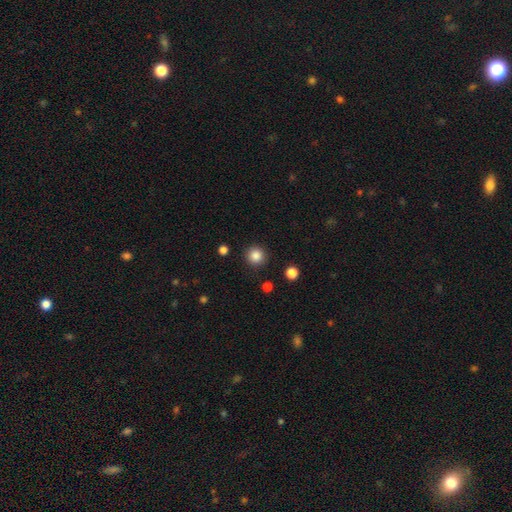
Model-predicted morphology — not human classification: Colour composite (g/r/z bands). It shows a smooth galaxy with no disk features (85%) that is round (95%). Merging: none (91%).